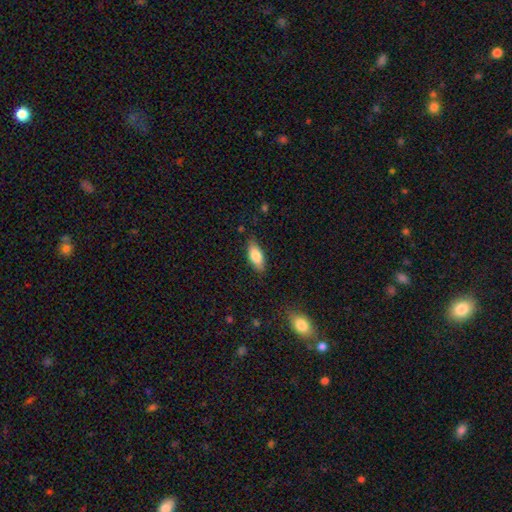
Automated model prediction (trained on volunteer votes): smooth_or_featured: smooth (p=0.80) [alt: featured or disk p=0.14]
how_rounded: in between (p=0.79) [alt: cigar-shaped p=0.19]
merging: none (p=0.82) [alt: minor disturbance p=0.13]